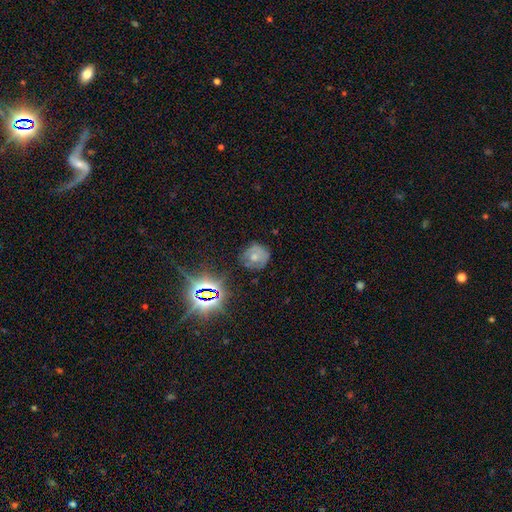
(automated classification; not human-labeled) This appears to be a smooth galaxy with no disk features (55%) that is round (80%). Merging: none (66%).